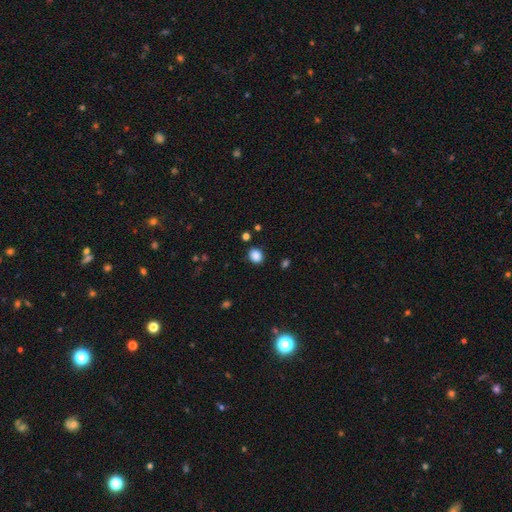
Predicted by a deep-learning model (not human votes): smooth_or_featured: smooth (p=0.87) [alt: star or artifact p=0.10]
how_rounded: round (p=0.51) [alt: in between p=0.48]
merging: none (p=0.86) [alt: minor disturbance p=0.09]